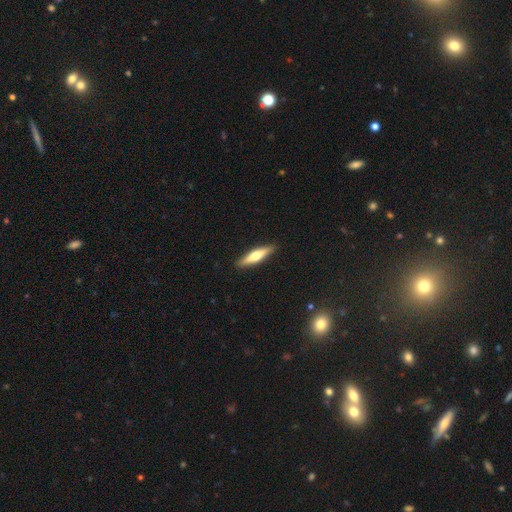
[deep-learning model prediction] Morphology: type=smooth (51%); roundness=cigar-shaped (79%); merging=none (91%).